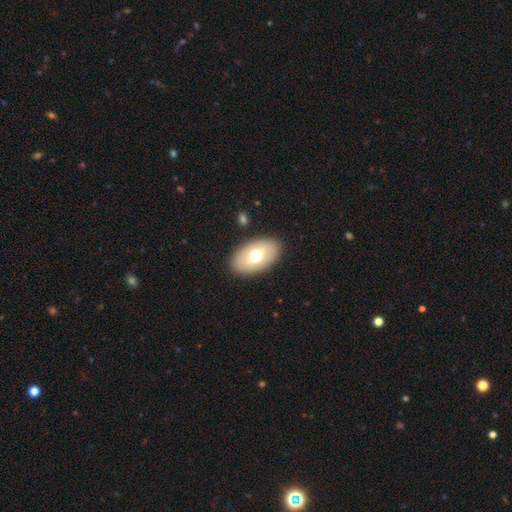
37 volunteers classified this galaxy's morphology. A smooth galaxy with no disk features (81%) that is in between round and cigar-shaped (97%). Merging: none (86%).